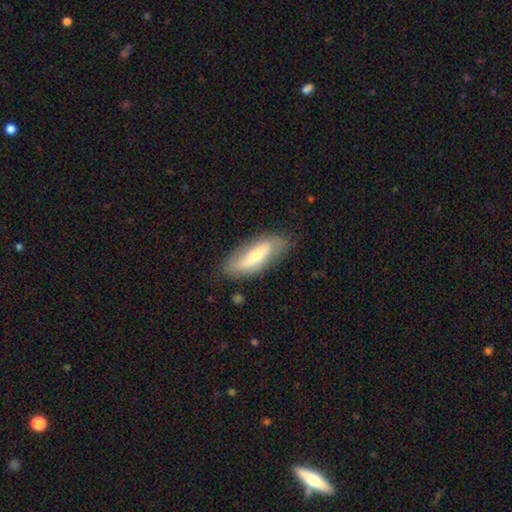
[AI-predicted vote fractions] smooth-or-featured: smooth: 48% | featured or disk: 46% | star or artifact: 6%
  merging: none: 79% | minor disturbance: 16% | major disturbance: 4% | merger: 2%